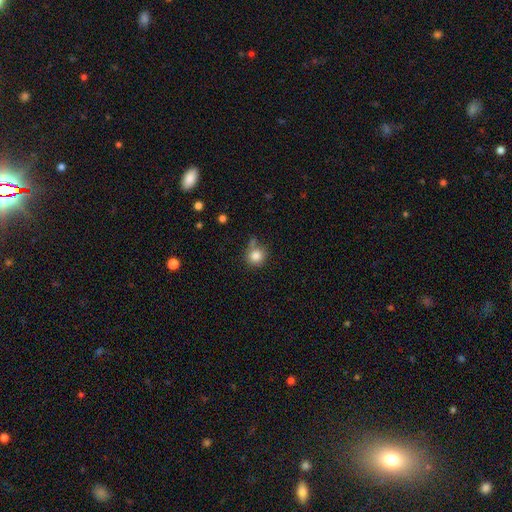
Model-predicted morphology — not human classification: Smooth or featured: smooth — 83% (star or artifact — 10%)
How rounded: round — 89% (in between — 10%)
Merging: none — 67% (minor disturbance — 16%)